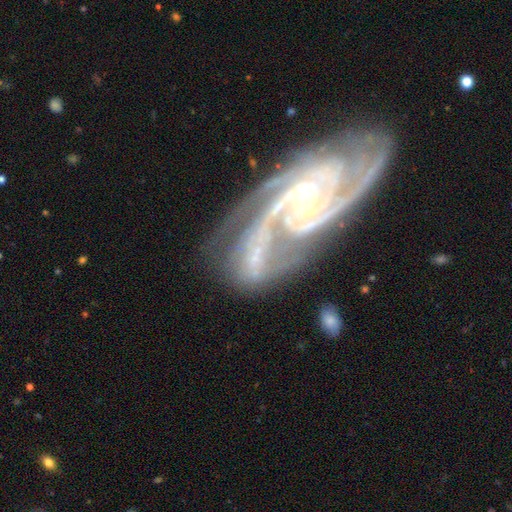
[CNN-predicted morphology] smooth-or-featured: featured or disk: 87% | star or artifact: 6% | smooth: 6%
  disk-edge-on: no: 96% | yes: 4%
    bar: no: 45% | weak: 34% | strong: 21%
    has-spiral-arms: yes: 97% | no: 3%
      spiral-winding: tight: 49% | medium: 41% | loose: 10%
      spiral-arm-count: 2: 36% | 3: 30% | can't tell: 13% | 4: 9% | 1: 6% | more than 4: 6%
    bulge-size: small: 63% | moderate: 28% | none: 5% | large: 3% | dominant: 1%
  merging: none: 48% | minor disturbance: 20% | major disturbance: 20% | merger: 12%